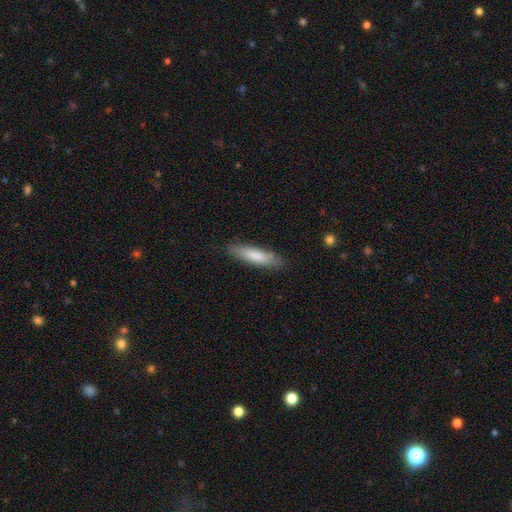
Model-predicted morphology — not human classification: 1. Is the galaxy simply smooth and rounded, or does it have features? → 79% smooth, 16% featured or disk, 5% star or artifact.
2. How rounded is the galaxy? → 74% cigar-shaped, 25% in between, 1% round.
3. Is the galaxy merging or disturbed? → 82% none, 14% minor disturbance, 3% major disturbance, 1% merger.